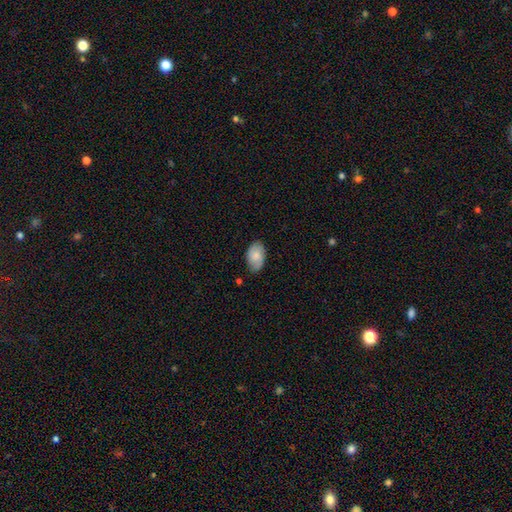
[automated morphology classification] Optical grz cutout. It shows a smooth galaxy with no disk features (72%) that is in between round and cigar-shaped (92%). Merging: none (74%).